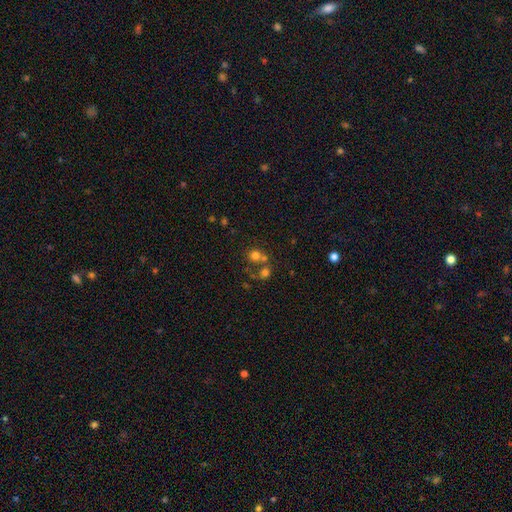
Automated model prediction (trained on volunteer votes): Q: Smooth or featured?
A: smooth (70%); runner-up: star or artifact (17%)
Q: How rounded?
A: round (80%); runner-up: in between (19%)
Q: Merging?
A: none (44%); runner-up: merger (43%)